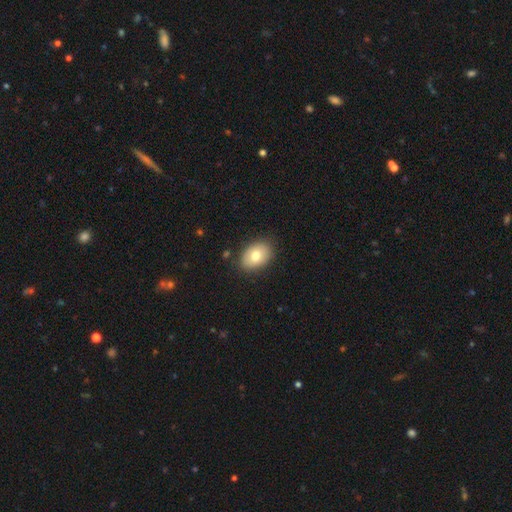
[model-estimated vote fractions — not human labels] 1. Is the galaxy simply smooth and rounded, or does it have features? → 77% smooth, 16% featured or disk, 8% star or artifact.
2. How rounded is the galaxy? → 83% in between, 16% round, 1% cigar-shaped.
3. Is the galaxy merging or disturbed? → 86% none, 10% minor disturbance, 2% major disturbance, 1% merger.